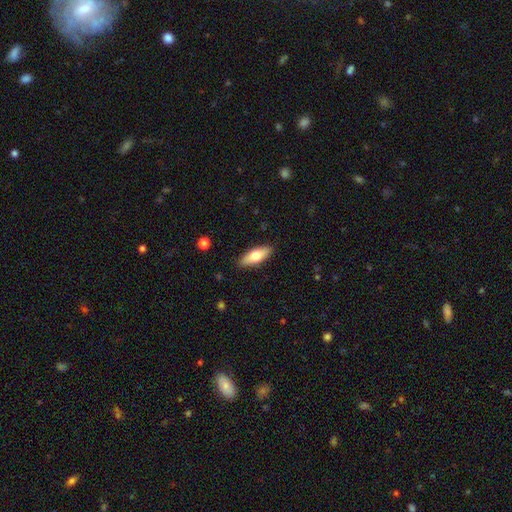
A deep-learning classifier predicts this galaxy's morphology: Overall: smooth (68%). How rounded: in between (68%; cigar-shaped 30%). Merging: none (88%).